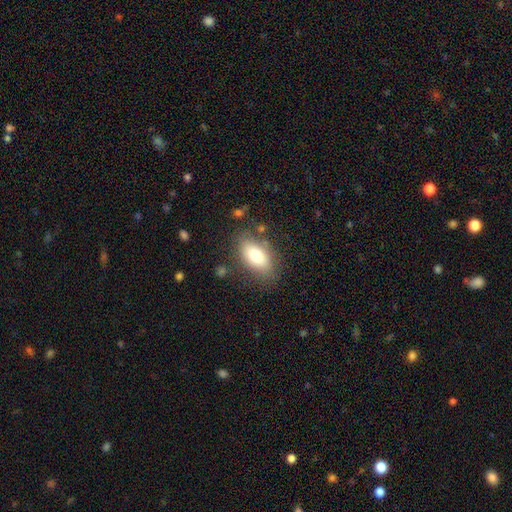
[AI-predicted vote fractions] Smooth or featured?
  - smooth: 75% *
  - featured or disk: 17%
  - star or artifact: 8%
How rounded?
  - in between: 89% *
  - round: 7%
  - cigar-shaped: 4%
Merging?
  - none: 78% *
  - minor disturbance: 14%
  - major disturbance: 5%
  - merger: 3%